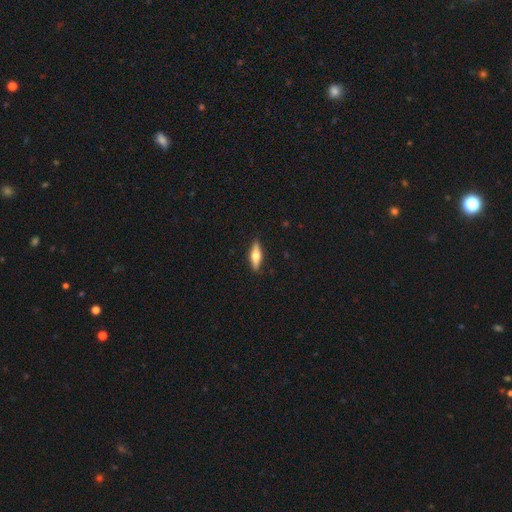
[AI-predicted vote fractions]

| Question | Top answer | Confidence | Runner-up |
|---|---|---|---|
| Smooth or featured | smooth | 52% | featured or disk (42%) |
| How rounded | cigar-shaped | 49% | in between (48%) |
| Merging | none | 89% | minor disturbance (8%) |